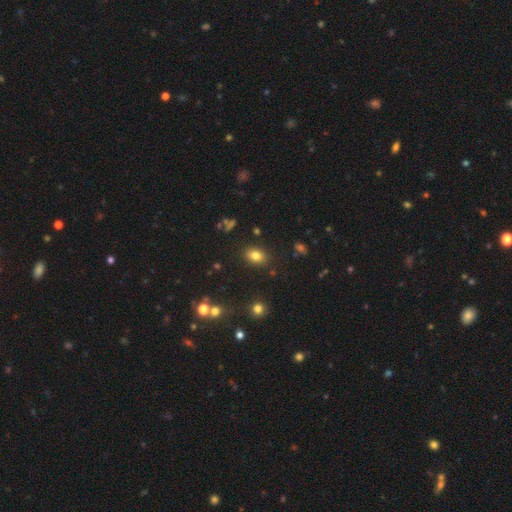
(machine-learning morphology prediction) Smooth or featured? smooth (80%)
How rounded? in between (76%)
Merging? none (85%)